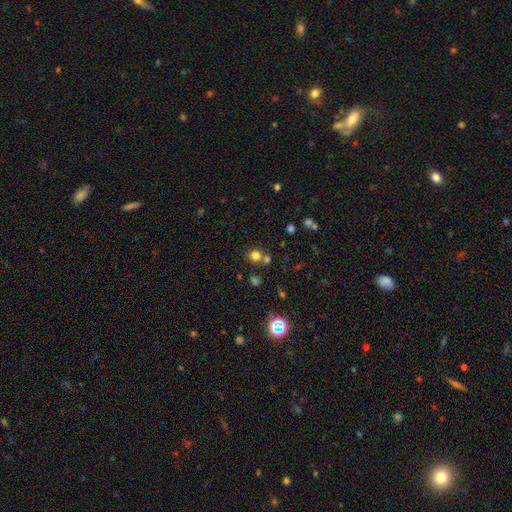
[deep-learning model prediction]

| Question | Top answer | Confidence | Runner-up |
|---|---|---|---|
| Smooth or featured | smooth | 75% | star or artifact (19%) |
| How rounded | round | 84% | in between (15%) |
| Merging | none | 66% | merger (23%) |